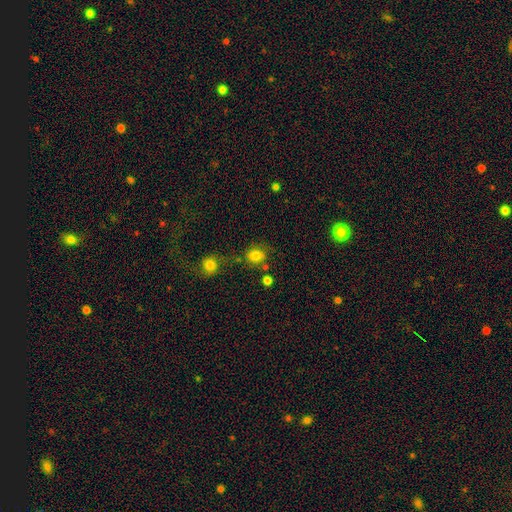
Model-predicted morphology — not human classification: Smooth or featured?
  - smooth: 79% *
  - star or artifact: 13%
  - featured or disk: 8%
How rounded?
  - round: 67% *
  - in between: 32%
  - cigar-shaped: 1%
Merging?
  - none: 62% *
  - minor disturbance: 17%
  - merger: 13%
  - major disturbance: 8%